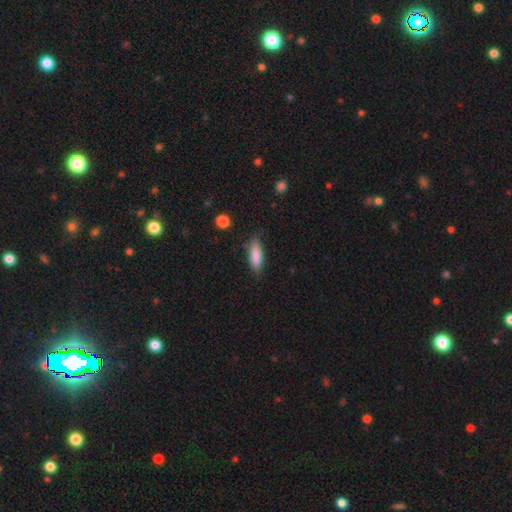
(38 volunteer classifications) smooth-or-featured: smooth: 82% | featured or disk: 16% | star or artifact: 3%
  how-rounded: cigar-shaped: 65% | in between: 35% | round: 0%
  merging: none: 86% | minor disturbance: 11% | major disturbance: 3% | merger: 0%